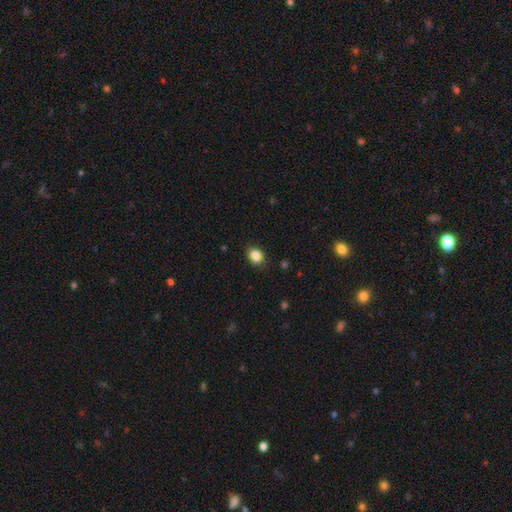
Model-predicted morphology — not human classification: Smooth or featured?
  - smooth: 86% *
  - star or artifact: 10%
  - featured or disk: 5%
How rounded?
  - in between: 55% *
  - round: 44%
  - cigar-shaped: 1%
Merging?
  - none: 87% *
  - minor disturbance: 10%
  - major disturbance: 2%
  - merger: 1%